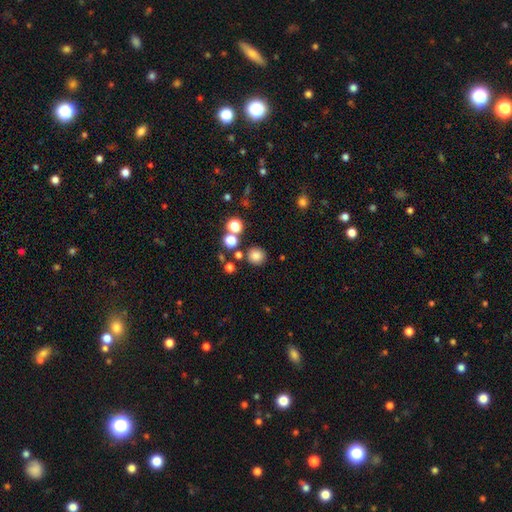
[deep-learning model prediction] smooth 80%, star or artifact 14%, featured or disk 6%. Down the decision tree: how rounded — round (92%); merging — none (82%).